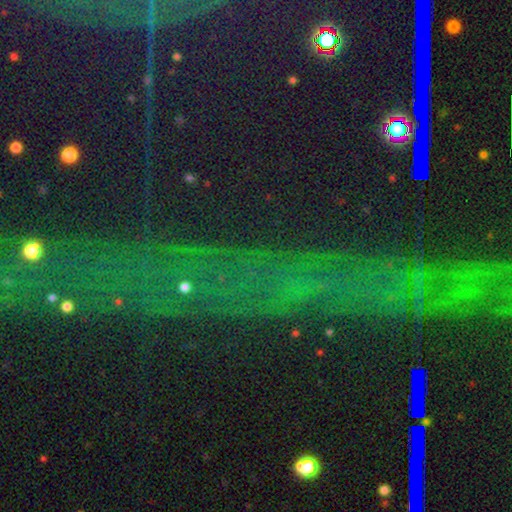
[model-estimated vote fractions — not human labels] Smooth or featured? star or artifact (78%)